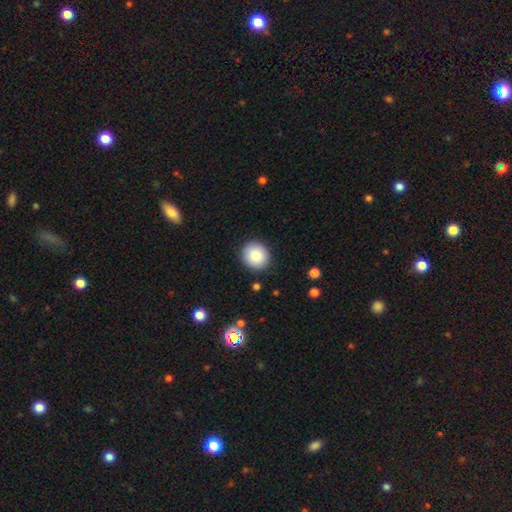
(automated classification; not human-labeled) This appears to be a smooth galaxy with no disk features (87%) that is round (85%). Merging: none (90%).